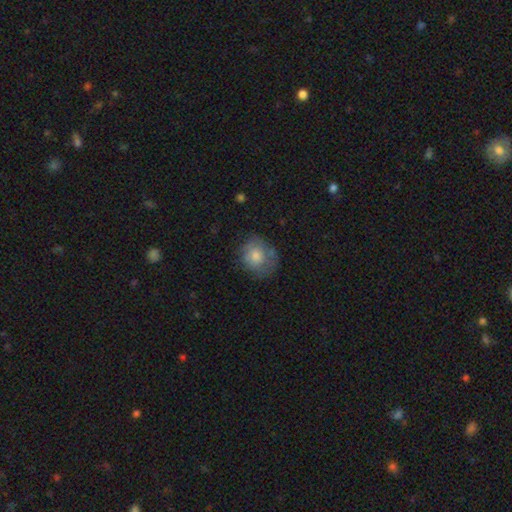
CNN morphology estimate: Smooth or featured? smooth (70%)
How rounded? round (70%)
Merging? none (60%)